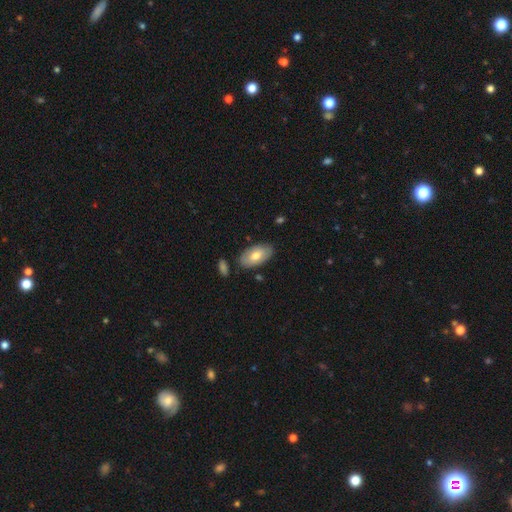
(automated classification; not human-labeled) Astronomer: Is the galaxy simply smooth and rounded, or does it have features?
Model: smooth — 73%.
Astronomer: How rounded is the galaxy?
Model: in between — 95%.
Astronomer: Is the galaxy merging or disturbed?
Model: none — 82%.